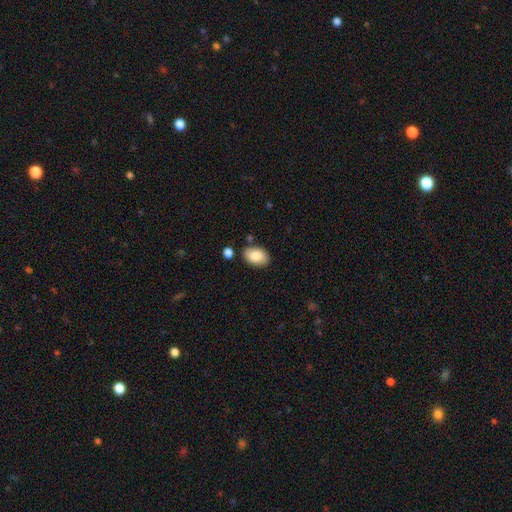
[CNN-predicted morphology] smooth-or-featured: smooth: 86% | featured or disk: 7% | star or artifact: 7%
  how-rounded: in between: 89% | round: 9% | cigar-shaped: 1%
  merging: none: 81% | minor disturbance: 12% | merger: 5% | major disturbance: 3%